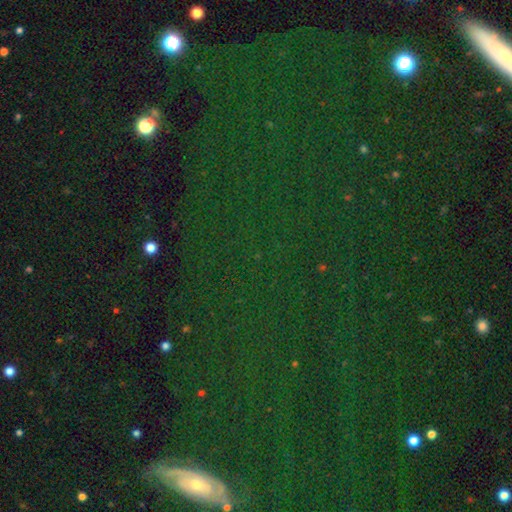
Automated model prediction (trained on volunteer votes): Smooth or featured? star or artifact (72%)